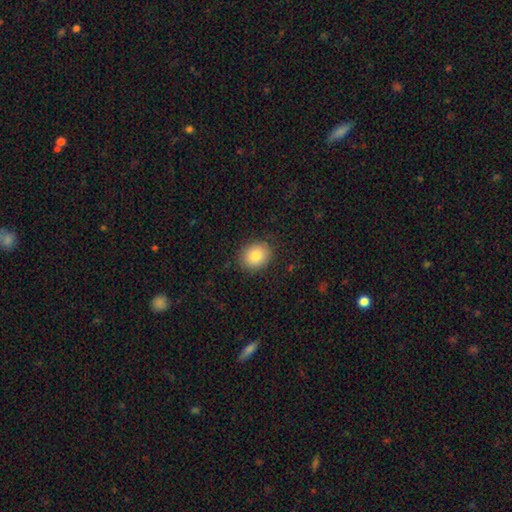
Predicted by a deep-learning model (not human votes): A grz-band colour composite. It shows a smooth galaxy with no disk features (83%) that is round (60%). Merging: none (85%).